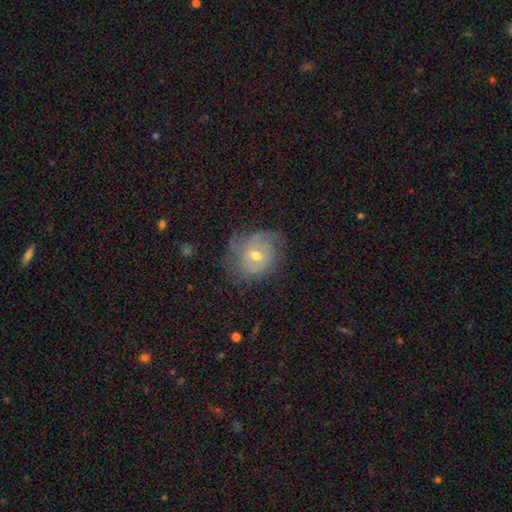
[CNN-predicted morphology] This appears to be a featured or disk galaxy (57%) with no bar (70%), spiral arms (71%) and a moderate central bulge (58%). Merging: none (55%).